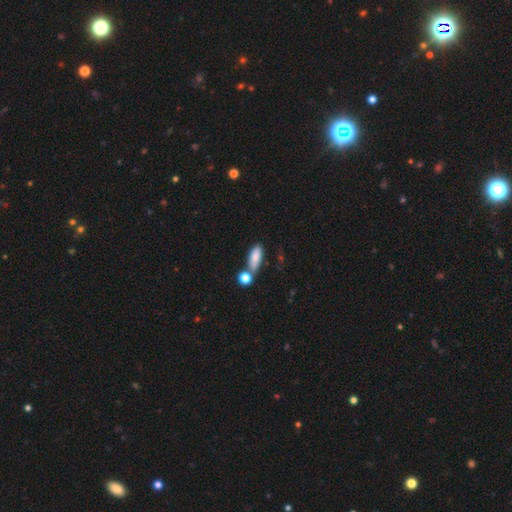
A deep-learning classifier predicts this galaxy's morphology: A smooth galaxy with no disk features (82%) that is in between round and cigar-shaped (75%).

Vote fractions:
- Smooth or featured? smooth: 82% / featured or disk: 11% / star or artifact: 8%
- How rounded? in between: 75% / cigar-shaped: 21% / round: 5%
- Merging? none: 57% / merger: 22% / minor disturbance: 15% / major disturbance: 5%